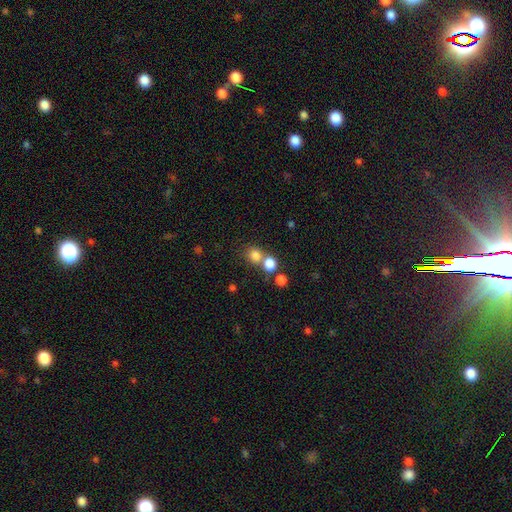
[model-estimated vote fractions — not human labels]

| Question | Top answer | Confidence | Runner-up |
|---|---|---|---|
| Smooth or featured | smooth | 79% | star or artifact (13%) |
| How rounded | round | 80% | in between (19%) |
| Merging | none | 50% | merger (40%) |